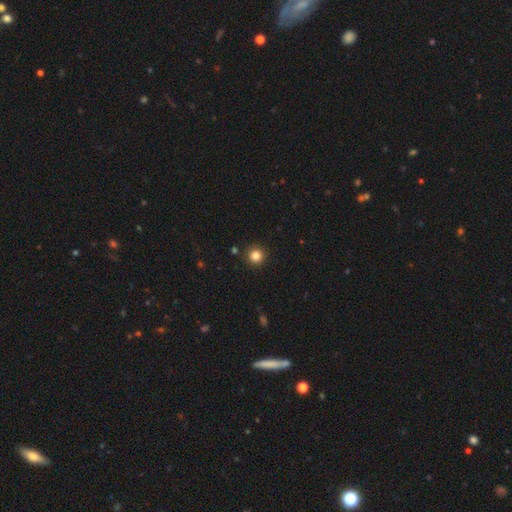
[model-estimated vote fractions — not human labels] Smooth or featured?
  - smooth: 83% *
  - star or artifact: 12%
  - featured or disk: 5%
How rounded?
  - round: 95% *
  - in between: 4%
  - cigar-shaped: 1%
Merging?
  - none: 92% *
  - minor disturbance: 5%
  - major disturbance: 2%
  - merger: 2%